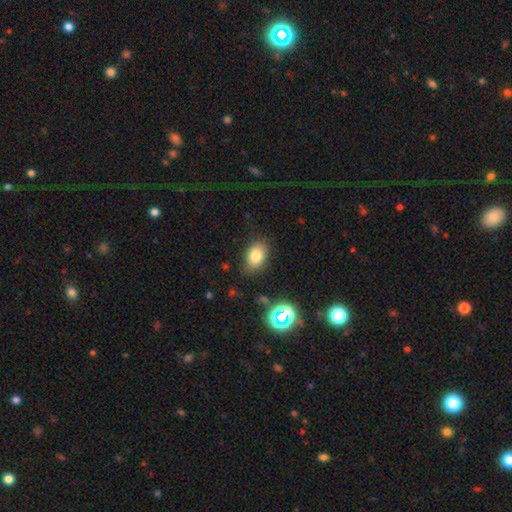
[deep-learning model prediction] Smooth or featured? smooth (79%)
How rounded? in between (81%)
Merging? none (80%)